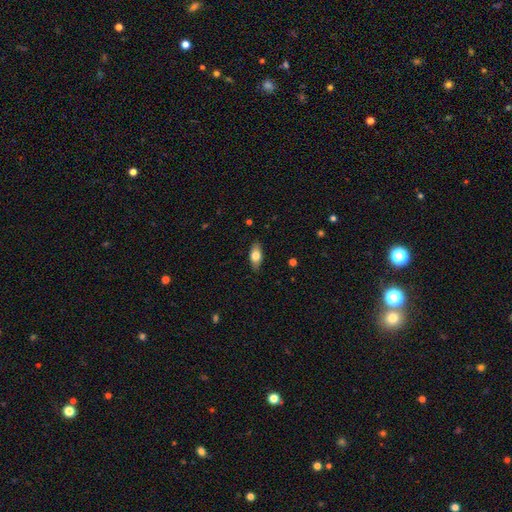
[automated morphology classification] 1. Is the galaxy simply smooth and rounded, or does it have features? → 71% smooth, 23% featured or disk, 7% star or artifact.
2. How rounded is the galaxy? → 84% in between, 12% cigar-shaped, 4% round.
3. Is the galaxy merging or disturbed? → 85% none, 12% minor disturbance, 2% major disturbance, 1% merger.